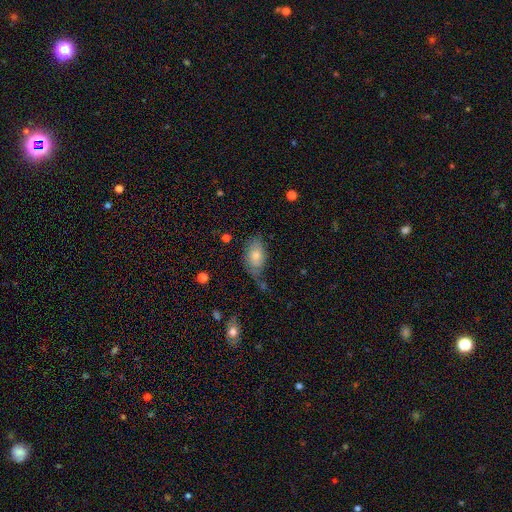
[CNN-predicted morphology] Smooth or featured? Predicted: smooth (p=0.72). How rounded? Predicted: in between (p=0.91). Merging? Predicted: none (p=0.43).